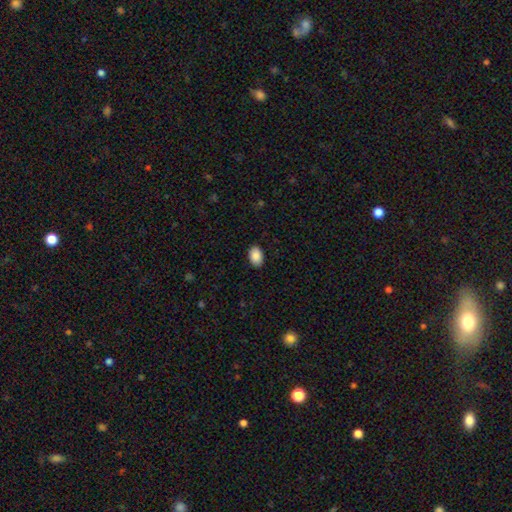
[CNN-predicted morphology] Smooth or featured? Predicted: smooth (p=0.89). How rounded? Predicted: in between (p=0.88). Merging? Predicted: none (p=0.88).